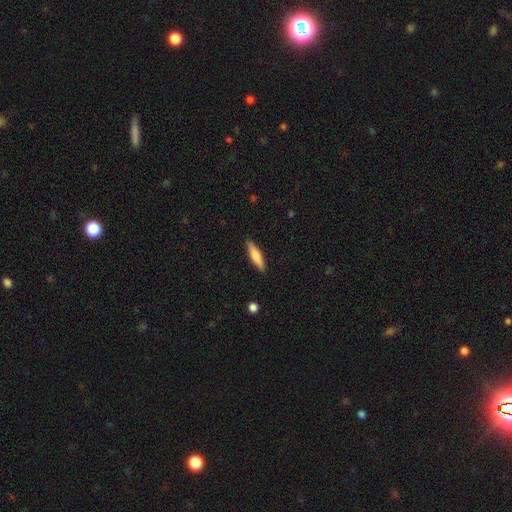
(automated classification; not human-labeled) Smooth or featured?
  - smooth: 71% *
  - featured or disk: 23%
  - star or artifact: 6%
How rounded?
  - cigar-shaped: 72% *
  - in between: 26%
  - round: 2%
Merging?
  - none: 88% *
  - minor disturbance: 9%
  - major disturbance: 2%
  - merger: 1%